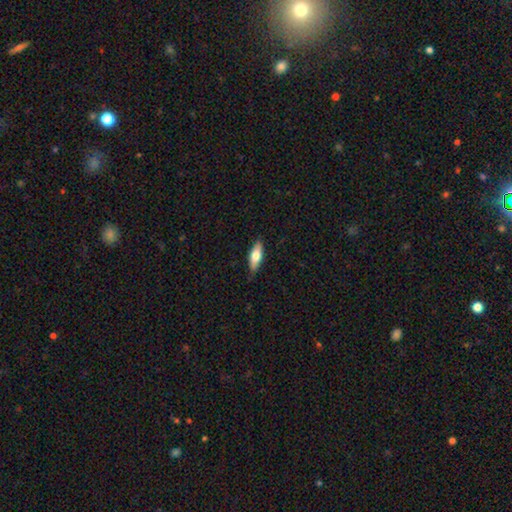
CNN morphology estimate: This appears to be a smooth galaxy with no disk features (63%) that is in between round and cigar-shaped (63%). Merging: none (84%).